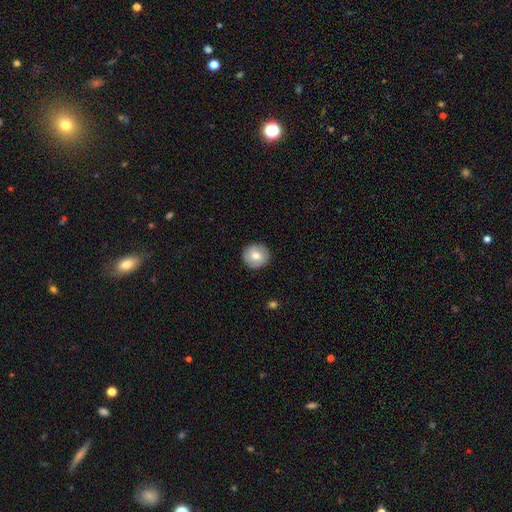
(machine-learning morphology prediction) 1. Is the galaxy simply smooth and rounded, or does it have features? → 68% smooth, 25% featured or disk, 7% star or artifact.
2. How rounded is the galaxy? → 93% round, 6% in between, 1% cigar-shaped.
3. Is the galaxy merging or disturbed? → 88% none, 9% minor disturbance, 2% major disturbance, 1% merger.